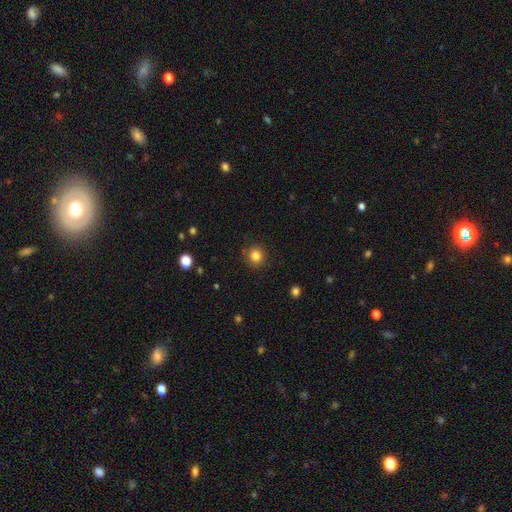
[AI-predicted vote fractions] A smooth galaxy with no disk features (83%) that is round (91%). Merging: none (88%).